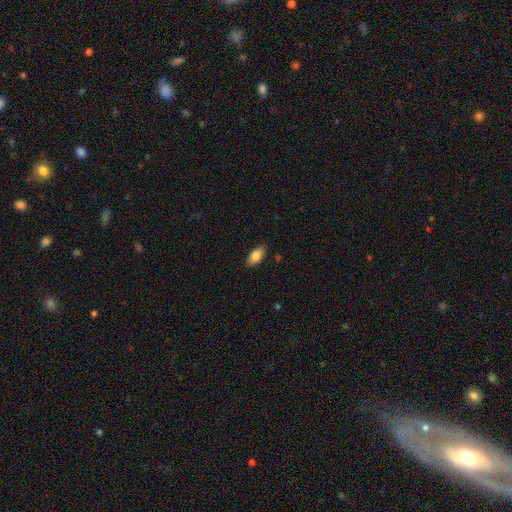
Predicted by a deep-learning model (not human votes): The model was most divided on "merging": none: 85%, minor disturbance: 12%, major disturbance: 2%, merger: 1%. More confident: how rounded — in between (89%); smooth or featured — smooth (84%).